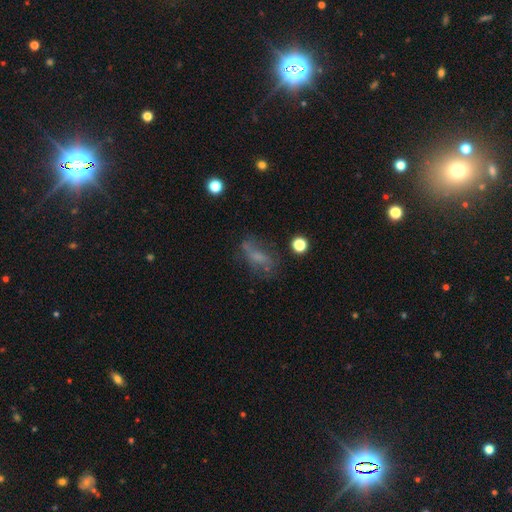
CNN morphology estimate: type=featured or disk (42%); merging=none (53%).